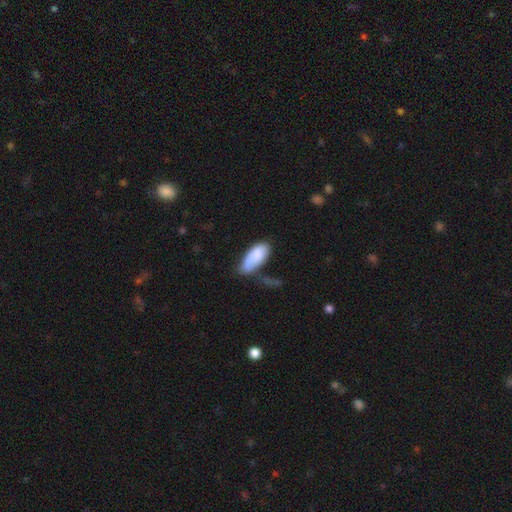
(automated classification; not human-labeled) smooth_or_featured: smooth (p=0.79) [alt: featured or disk p=0.15]
how_rounded: in between (p=0.87) [alt: cigar-shaped p=0.11]
merging: none (p=0.32) [tied with: minor disturbance p=0.32]